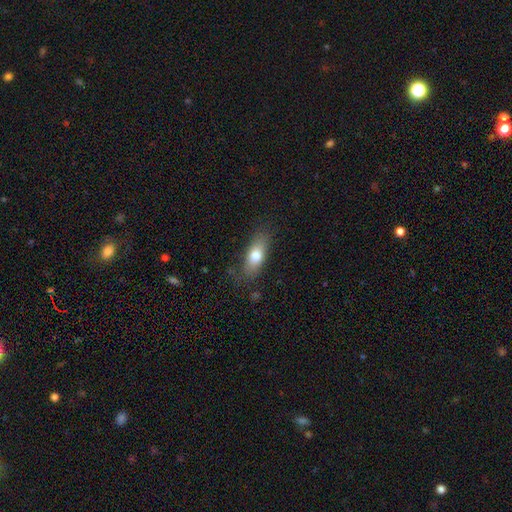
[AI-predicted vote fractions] smooth-or-featured: smooth: 72% | featured or disk: 20% | star or artifact: 8%
  how-rounded: in between: 75% | cigar-shaped: 19% | round: 6%
  merging: none: 75% | minor disturbance: 17% | major disturbance: 6% | merger: 1%